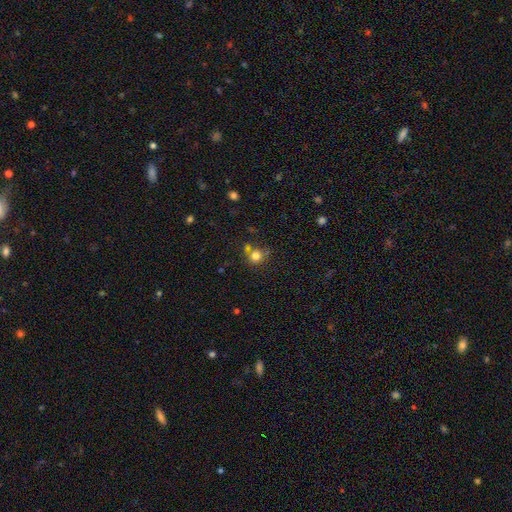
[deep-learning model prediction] Overall: smooth (79%). How rounded: round (86%). Merging: none (63%).